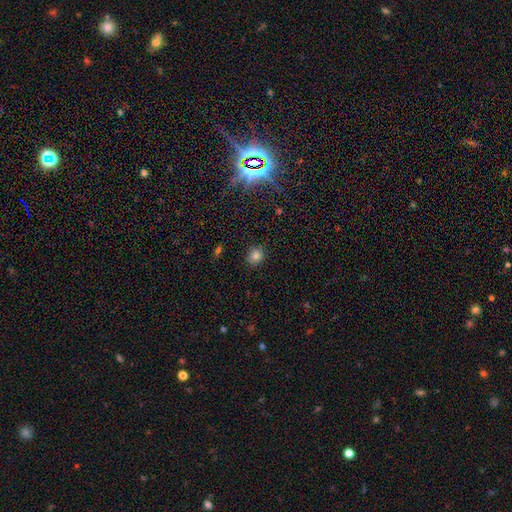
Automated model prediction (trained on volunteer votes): smooth_or_featured: smooth (p=0.79) [alt: star or artifact p=0.14]
how_rounded: round (p=0.75) [alt: in between p=0.24]
merging: none (p=0.88) [alt: minor disturbance p=0.08]